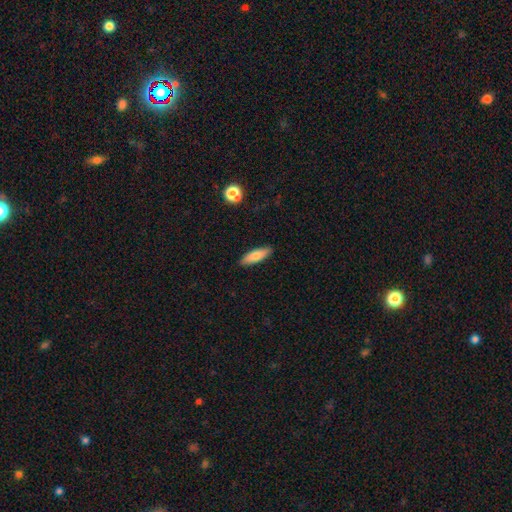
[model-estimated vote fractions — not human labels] A smooth galaxy with no disk features (76%) that is cigar-shaped (49%, tied with in between). Merging: none (89%).